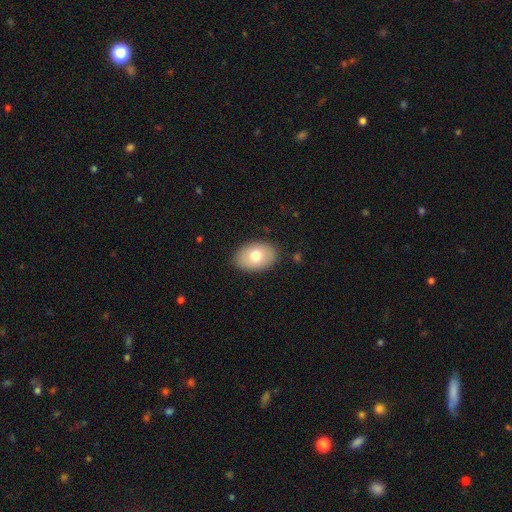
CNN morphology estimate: Smooth or featured? smooth (73%)
How rounded? in between (87%)
Merging? none (87%)